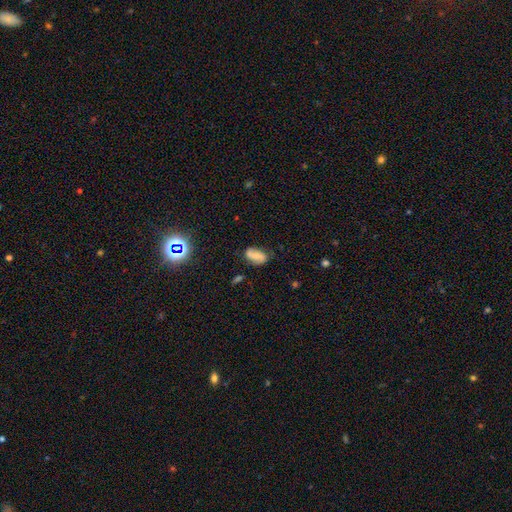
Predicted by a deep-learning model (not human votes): Smooth or featured? Predicted: smooth (p=0.50). How rounded? Predicted: in between (p=0.89). Merging? Predicted: none (p=0.70).